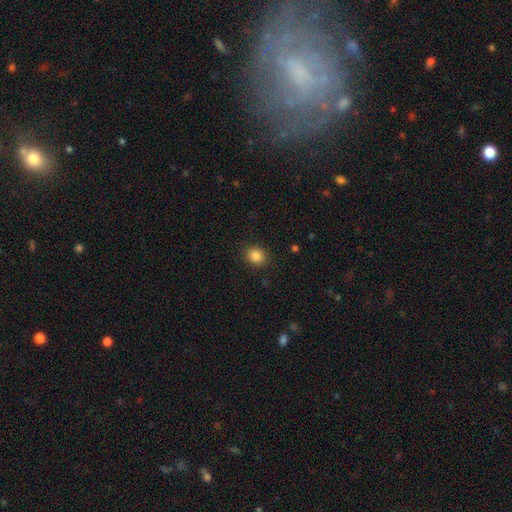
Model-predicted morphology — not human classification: Smooth or featured?
  - smooth: 85% *
  - star or artifact: 11%
  - featured or disk: 4%
How rounded?
  - round: 75% *
  - in between: 25%
  - cigar-shaped: 1%
Merging?
  - none: 89% *
  - minor disturbance: 8%
  - major disturbance: 2%
  - merger: 1%